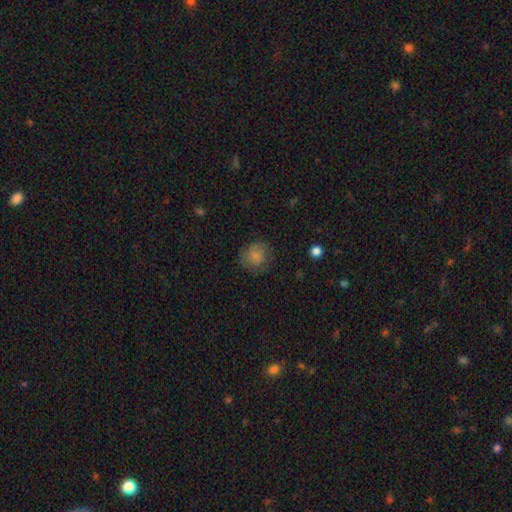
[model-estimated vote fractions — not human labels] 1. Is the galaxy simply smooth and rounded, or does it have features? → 80% smooth, 10% star or artifact, 9% featured or disk.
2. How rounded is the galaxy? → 86% round, 13% in between, 1% cigar-shaped.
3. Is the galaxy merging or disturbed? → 76% none, 17% minor disturbance, 6% major disturbance, 1% merger.